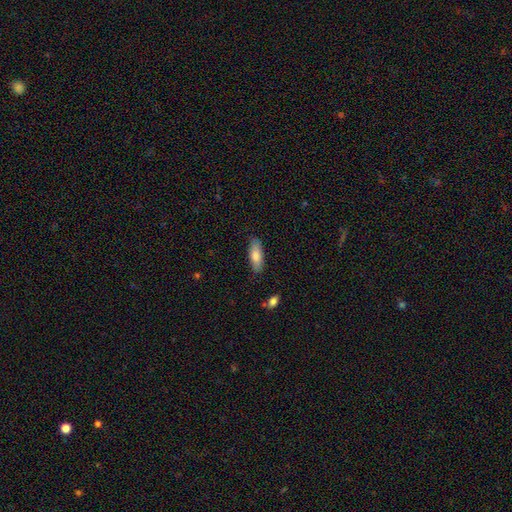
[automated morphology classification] Overall: smooth (77%). How rounded: in between (66%; cigar-shaped 32%). Merging: none (86%).